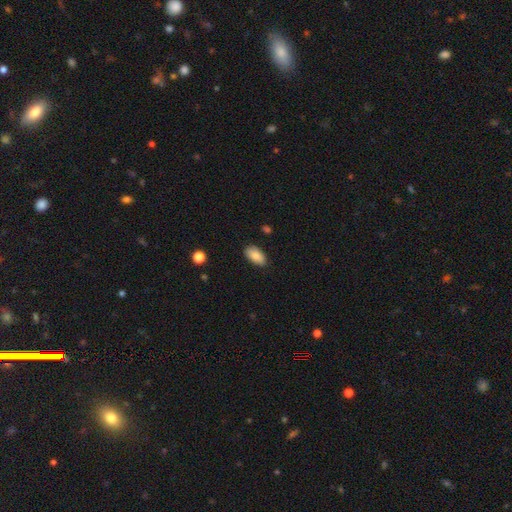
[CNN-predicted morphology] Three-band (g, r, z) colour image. It shows a smooth galaxy with no disk features (84%) that is in between round and cigar-shaped (94%). Merging: none (84%).